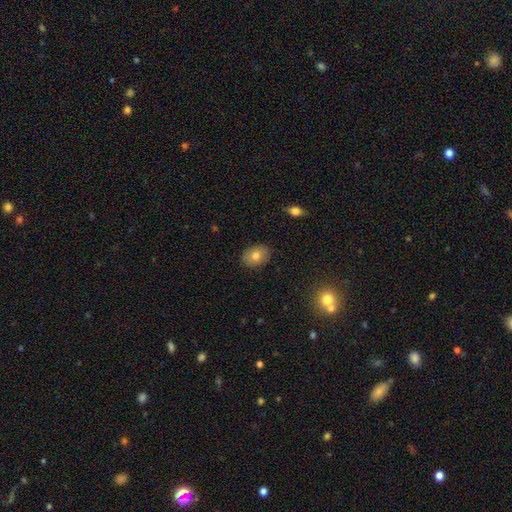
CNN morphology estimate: Smooth or featured? Predicted: smooth (p=0.77). How rounded? Predicted: in between (p=0.77). Merging? Predicted: none (p=0.87).